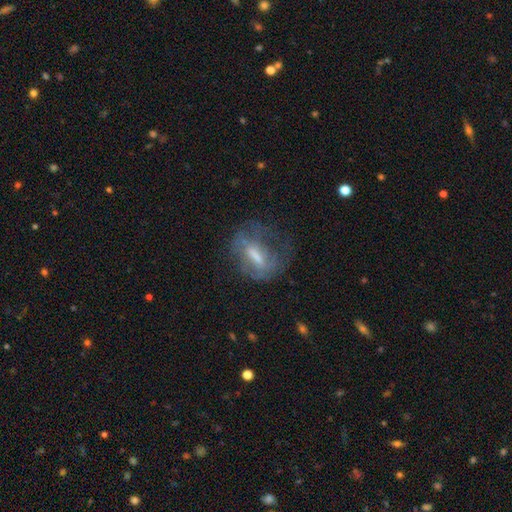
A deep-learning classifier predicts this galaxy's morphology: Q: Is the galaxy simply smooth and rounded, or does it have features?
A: featured or disk — 55%.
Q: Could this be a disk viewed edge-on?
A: no — 90%.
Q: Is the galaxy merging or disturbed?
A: none — 44%.